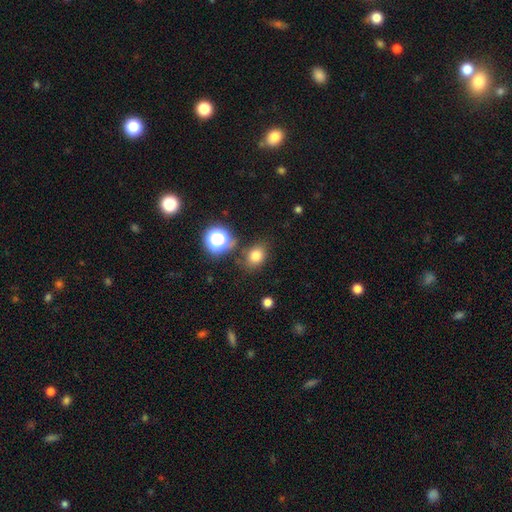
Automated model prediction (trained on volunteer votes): A smooth galaxy with no disk features (76%) that is in between round and cigar-shaped (50%).

Vote fractions:
- Smooth or featured? smooth: 76% / star or artifact: 16% / featured or disk: 8%
- How rounded? in between: 50% / round: 49% / cigar-shaped: 1%
- Merging? none: 79% / minor disturbance: 12% / merger: 5% / major disturbance: 4%